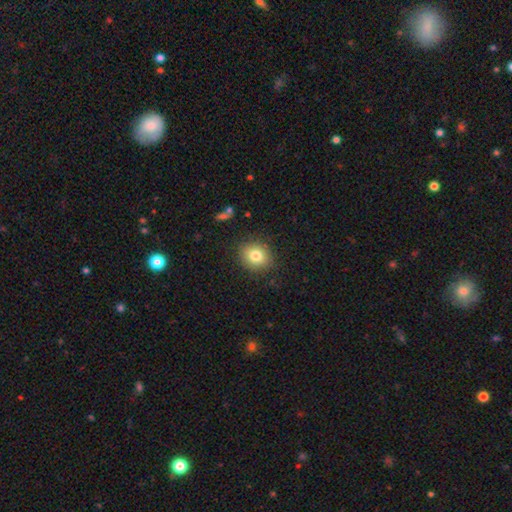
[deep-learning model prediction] smooth-or-featured: smooth: 80% | star or artifact: 10% | featured or disk: 9%
  how-rounded: round: 71% | in between: 28% | cigar-shaped: 1%
  merging: none: 86% | minor disturbance: 10% | major disturbance: 3% | merger: 1%